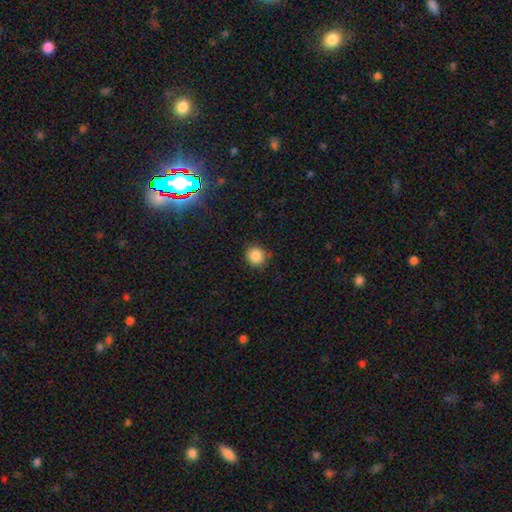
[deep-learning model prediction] A smooth galaxy with no disk features (86%) that is round (88%). Merging: none (84%).